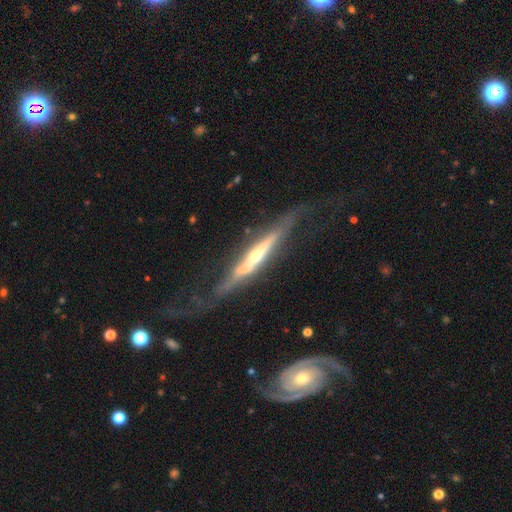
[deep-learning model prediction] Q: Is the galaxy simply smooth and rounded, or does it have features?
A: featured or disk — 85%.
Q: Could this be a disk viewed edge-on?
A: yes — 77%.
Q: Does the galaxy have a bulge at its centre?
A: rounded — 70%.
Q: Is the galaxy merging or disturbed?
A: none — 48%.